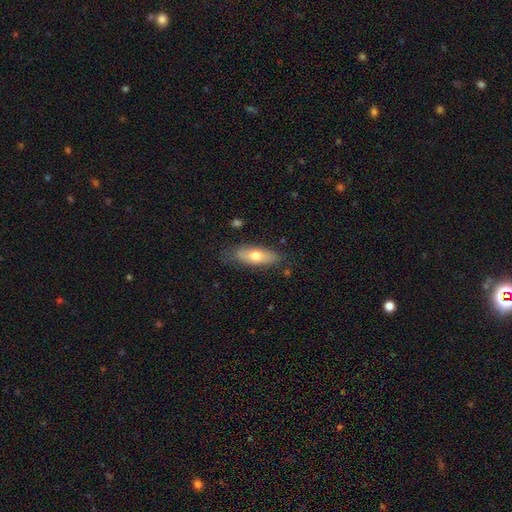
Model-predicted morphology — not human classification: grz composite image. It shows a smooth galaxy with no disk features (63%) that is in between round and cigar-shaped (64%). Merging: none (76%).